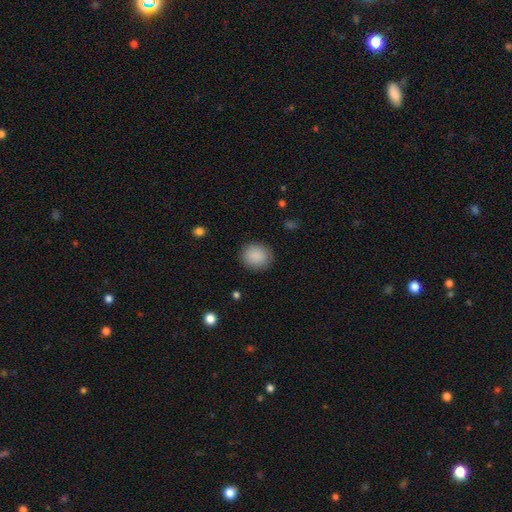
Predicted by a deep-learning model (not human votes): This appears to be a smooth galaxy with no disk features (89%) that is round (77%). Merging: none (87%).